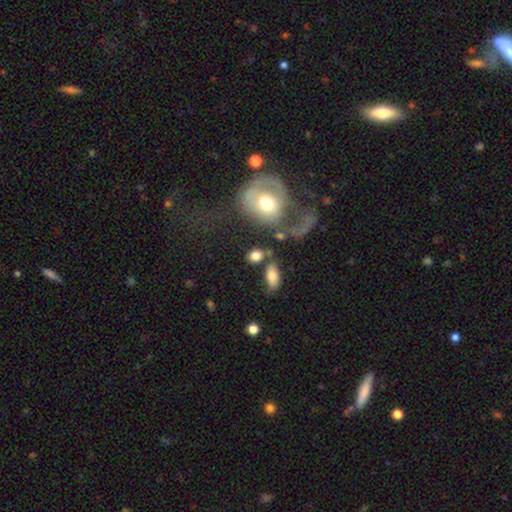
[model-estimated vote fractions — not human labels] smooth 76%, featured or disk 15%, star or artifact 9%. Down the decision tree: how rounded — in between (71%); merging — none (55%).